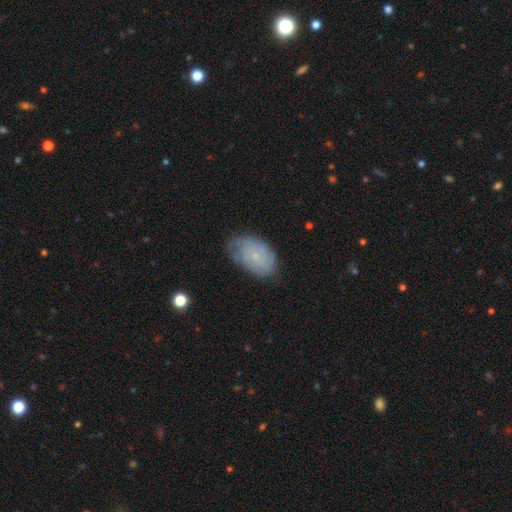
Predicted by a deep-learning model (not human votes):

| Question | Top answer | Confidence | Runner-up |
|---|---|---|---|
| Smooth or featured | featured or disk | 57% | smooth (36%) |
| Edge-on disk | no | 96% | yes (4%) |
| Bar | no | 84% | weak (14%) |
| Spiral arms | yes | 82% | no (18%) |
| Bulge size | small | 83% | moderate (11%) |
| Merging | none | 66% | minor disturbance (26%) |